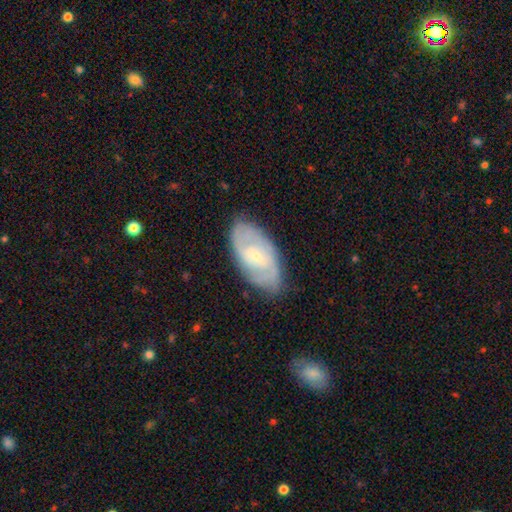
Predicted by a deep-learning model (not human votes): The model was most divided on "bar": no: 48%, weak: 42%, strong: 10%. Remaining: edge-on disk — no (94%); spiral arms — yes (82%); merging — none (76%); bulge size — small (75%); smooth or featured — featured or disk (69%); spiral winding — tight (53%); spiral arm count — 2 (47%).